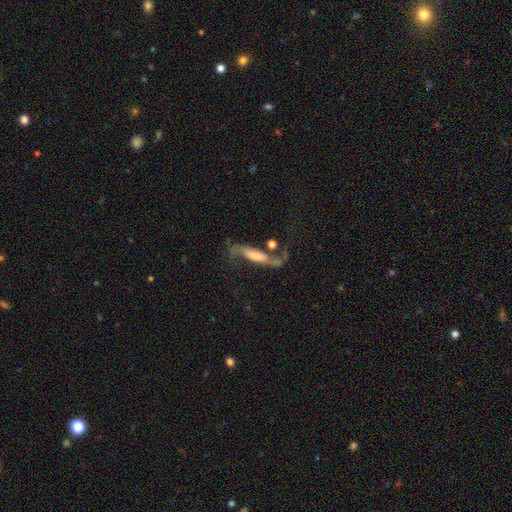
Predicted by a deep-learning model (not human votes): Smooth or featured? featured or disk (66%)
Edge-on disk? no (74%)
Merging? none (44%)